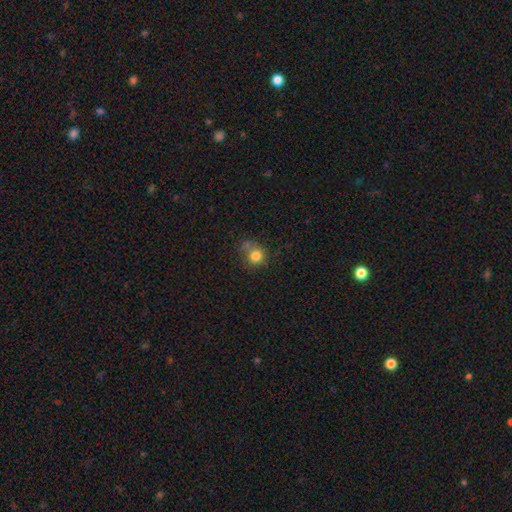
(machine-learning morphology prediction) smooth_or_featured: smooth (p=0.81) [alt: star or artifact p=0.11]
how_rounded: round (p=0.84) [alt: in between p=0.15]
merging: none (p=0.53) [alt: minor disturbance p=0.20]